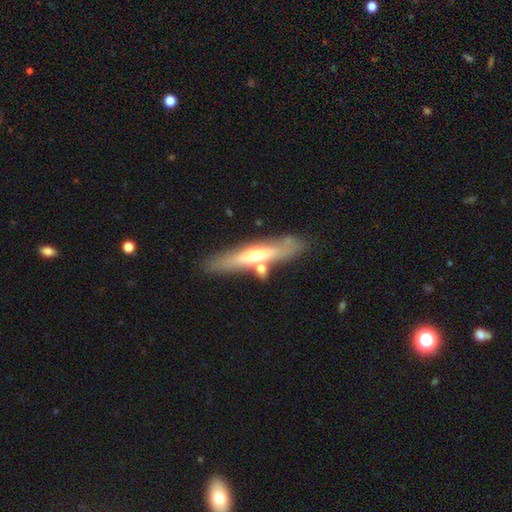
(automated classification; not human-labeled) smooth_or_featured: featured or disk (p=0.53) [alt: smooth p=0.41]
disk_edge_on: yes (p=0.76) [alt: no p=0.24]
merging: none (p=0.70) [alt: merger p=0.14]